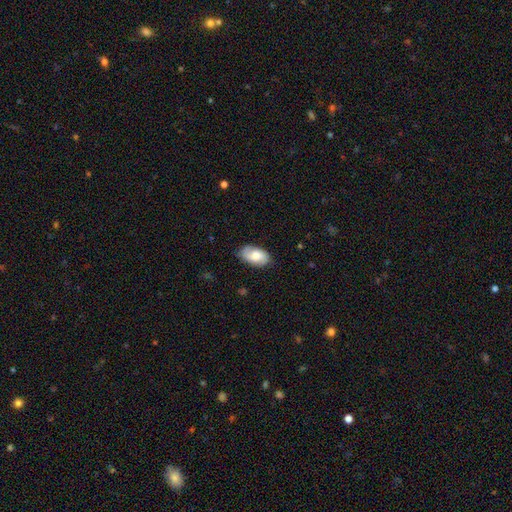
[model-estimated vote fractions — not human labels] The model was most divided on "smooth or featured": smooth: 54%, featured or disk: 39%, star or artifact: 7%. More confident: how rounded — in between (93%); merging — none (78%).